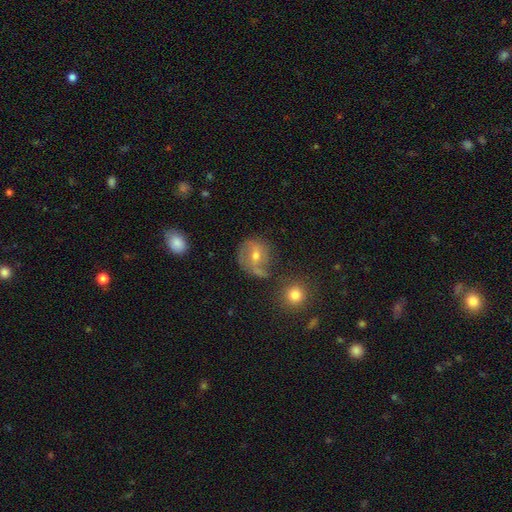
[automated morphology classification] The model was most divided on "bar": weak: 45%, no: 35%, strong: 20%. More confident: edge-on disk — no (96%); spiral arms — yes (70%); bulge size — moderate (62%); merging — none (59%); smooth or featured — featured or disk (54%).